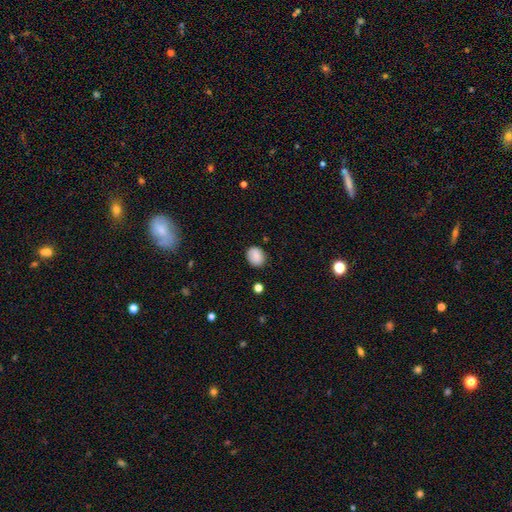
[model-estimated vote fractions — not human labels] Smooth or featured? Predicted: smooth (p=0.82). How rounded? Predicted: round (p=0.60). Merging? Predicted: none (p=0.82).